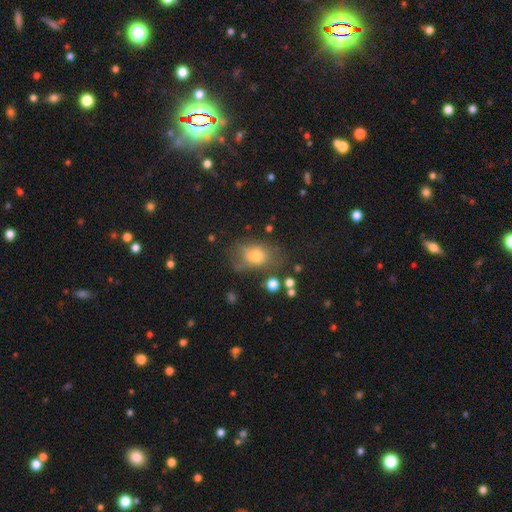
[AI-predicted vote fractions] Smooth or featured? smooth (67%)
How rounded? in between (65%)
Merging? none (42%)